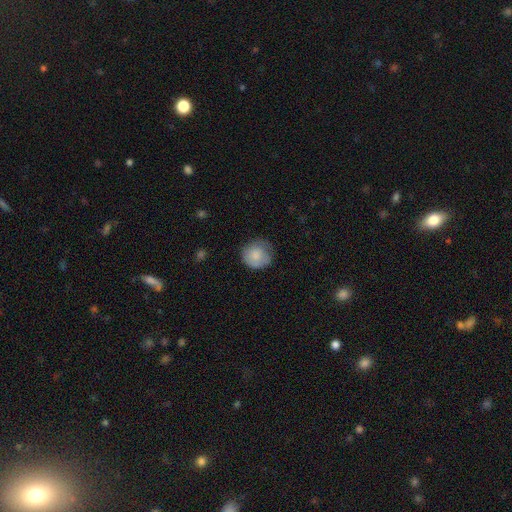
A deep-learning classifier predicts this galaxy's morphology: type=smooth (80%); roundness=round (88%); merging=none (65%).